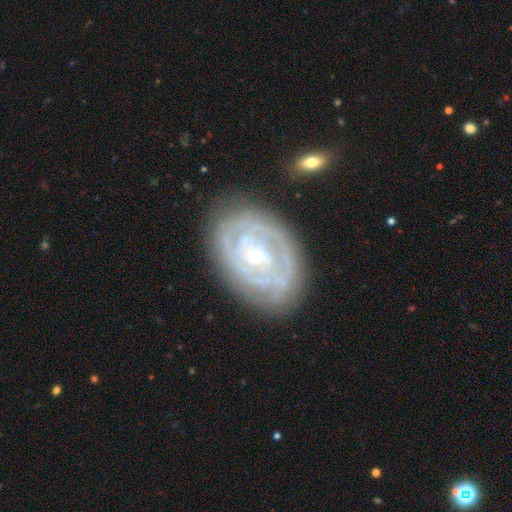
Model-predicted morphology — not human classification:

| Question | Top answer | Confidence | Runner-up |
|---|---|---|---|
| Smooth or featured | featured or disk | 86% | smooth (9%) |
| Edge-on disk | no | 97% | yes (3%) |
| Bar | no | 65% | weak (26%) |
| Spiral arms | yes | 92% | no (8%) |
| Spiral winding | tight | 79% | medium (18%) |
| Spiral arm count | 2 | 33% | tied: can't tell (33%) |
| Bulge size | small | 72% | moderate (23%) |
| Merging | none | 77% | minor disturbance (16%) |